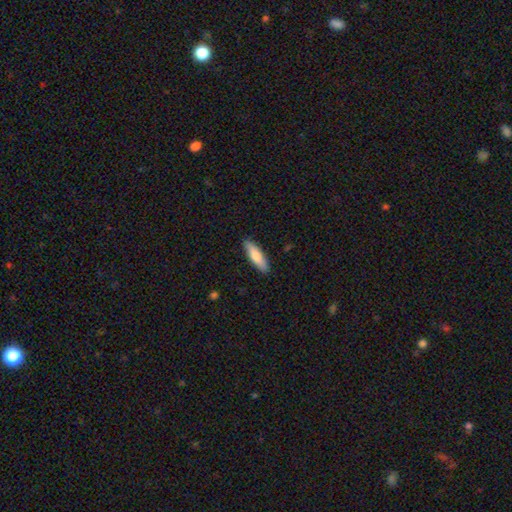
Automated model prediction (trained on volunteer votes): A smooth galaxy with no disk features (78%) that is cigar-shaped (62%). Merging: none (89%).